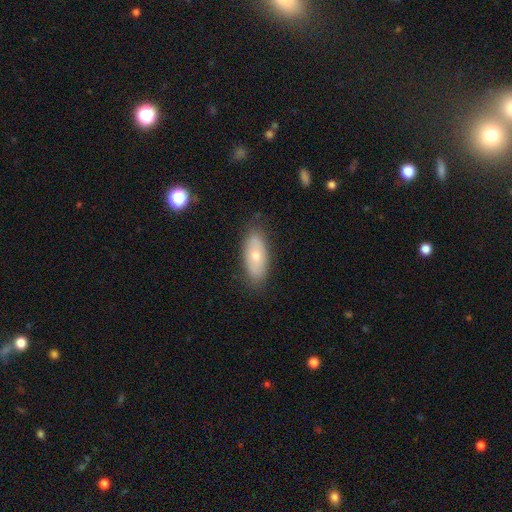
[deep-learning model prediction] Smooth or featured? Predicted: smooth (p=0.65). How rounded? Predicted: in between (p=0.83). Merging? Predicted: none (p=0.83).